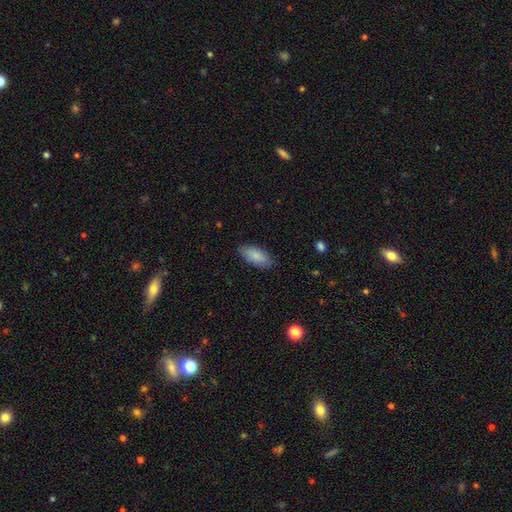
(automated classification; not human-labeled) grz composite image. It shows a smooth galaxy with no disk features (87%) that is in between round and cigar-shaped (91%). Merging: none (86%).